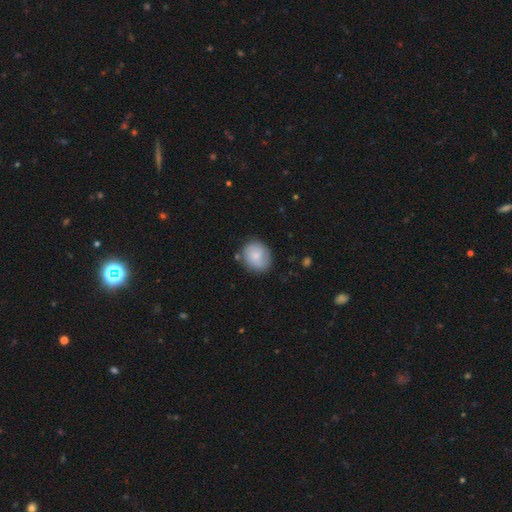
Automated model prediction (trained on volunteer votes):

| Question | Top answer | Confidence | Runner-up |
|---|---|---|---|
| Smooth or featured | smooth | 74% | featured or disk (19%) |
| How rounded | round | 64% | in between (35%) |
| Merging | none | 70% | minor disturbance (20%) |